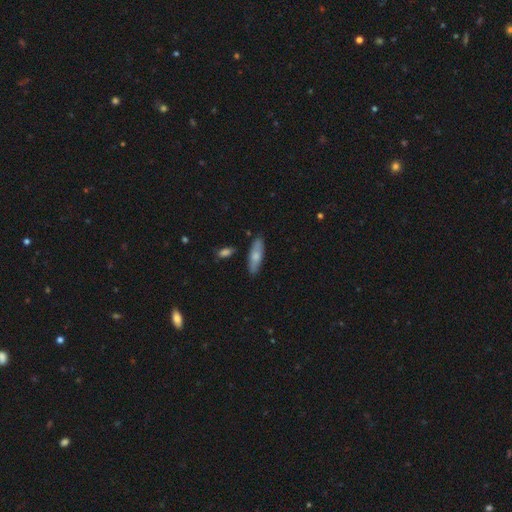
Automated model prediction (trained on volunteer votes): A smooth galaxy with no disk features (69%) that is cigar-shaped (57%).

Vote fractions:
- Smooth or featured? smooth: 69% / featured or disk: 25% / star or artifact: 6%
- How rounded? cigar-shaped: 57% / in between: 41% / round: 2%
- Merging? none: 84% / minor disturbance: 11% / merger: 3% / major disturbance: 2%